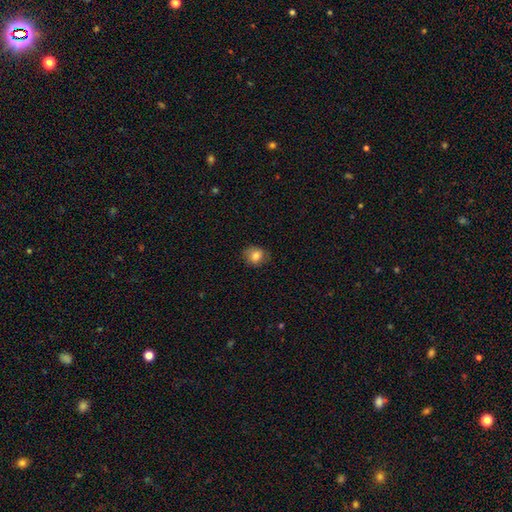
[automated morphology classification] Smooth or featured? smooth (81%)
How rounded? round (69%)
Merging? none (78%)